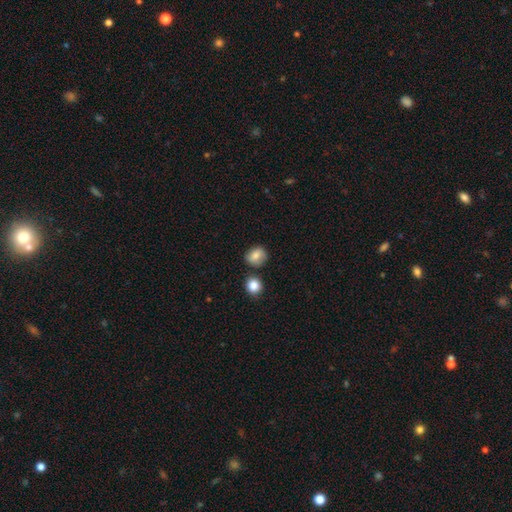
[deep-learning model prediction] A smooth galaxy with no disk features (80%) that is round (60%). Merging: none (72%).